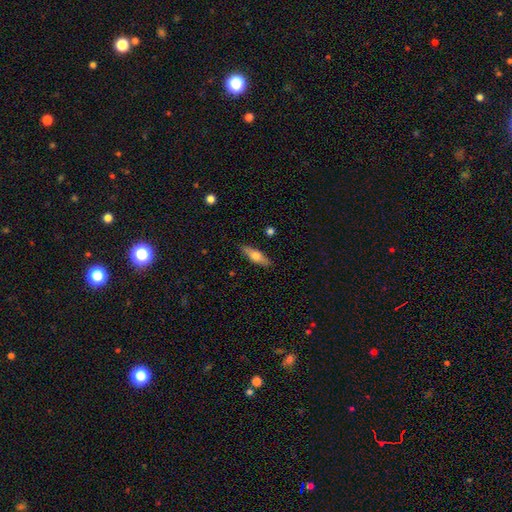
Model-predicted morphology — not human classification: Smooth or featured? Predicted: smooth (p=0.58). How rounded? Predicted: cigar-shaped (p=0.53). Merging? Predicted: none (p=0.86).